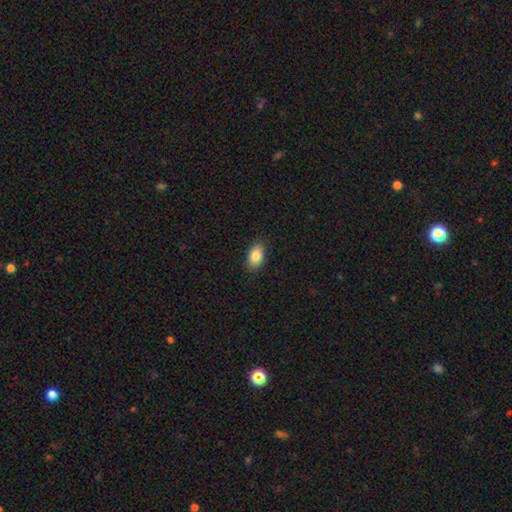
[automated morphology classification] Q: Smooth or featured?
A: smooth (85%); runner-up: star or artifact (7%)
Q: How rounded?
A: in between (91%); runner-up: round (6%)
Q: Merging?
A: none (88%); runner-up: minor disturbance (9%)